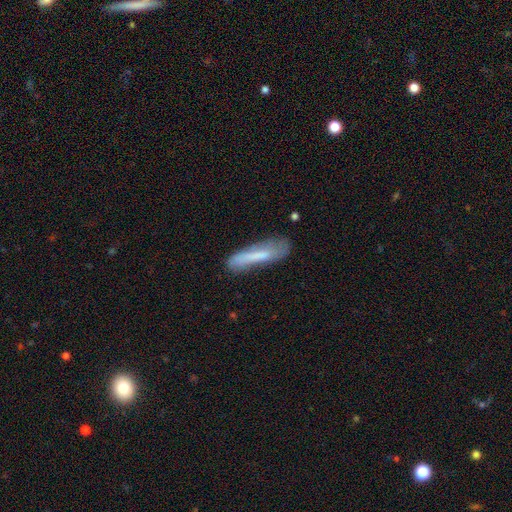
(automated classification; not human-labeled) Overall: smooth (64%; featured or disk 28%). How rounded: cigar-shaped (83%). Merging: none (59%; minor disturbance 26%).